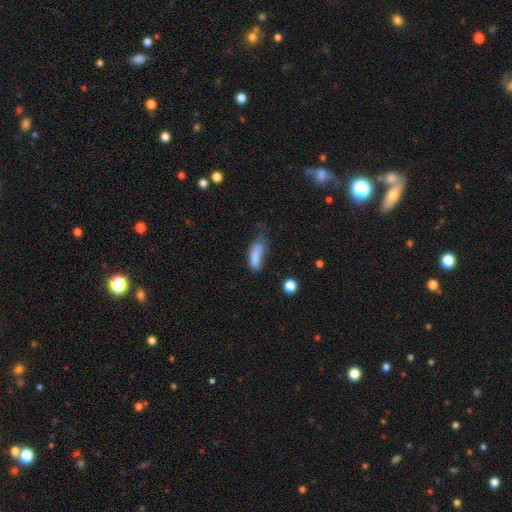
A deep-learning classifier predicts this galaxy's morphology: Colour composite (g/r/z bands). It shows a smooth galaxy with no disk features (80%) that is in between round and cigar-shaped (61%). Merging: minor disturbance (35%).